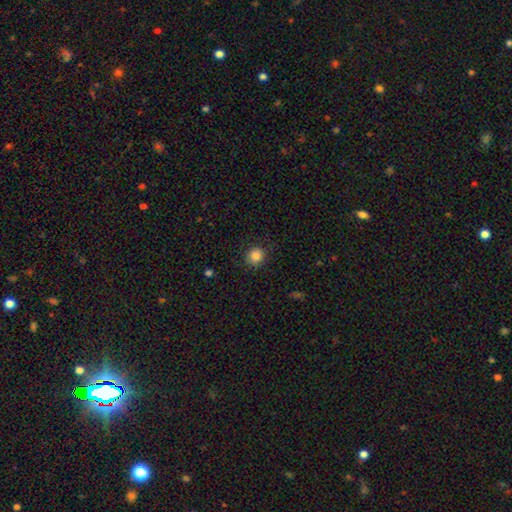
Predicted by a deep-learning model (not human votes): This is clearly a smooth galaxy (87%). How rounded: clearly round (87%). Merging: clearly none (86%).